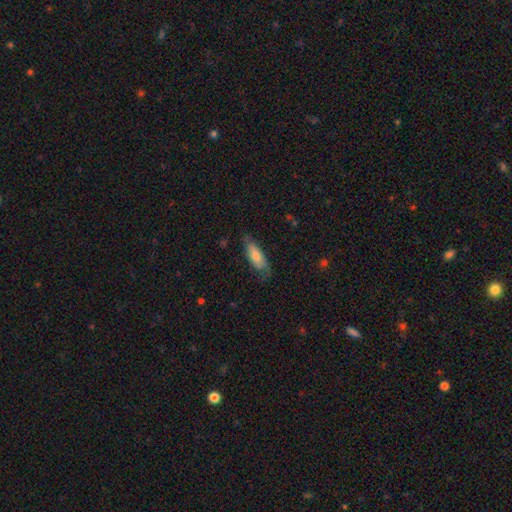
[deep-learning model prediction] This appears to be a smooth galaxy with no disk features (60%) that is in between round and cigar-shaped (68%). Merging: none (63%).